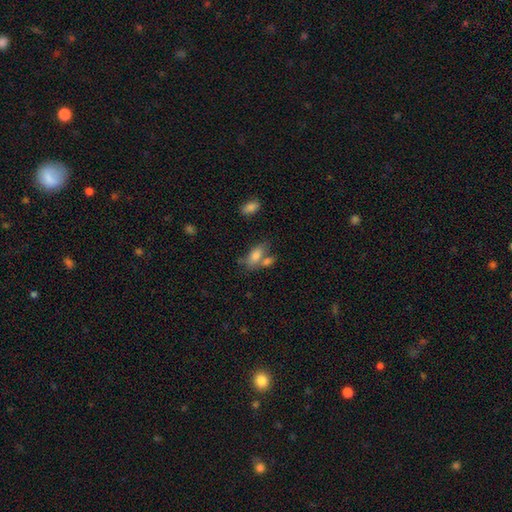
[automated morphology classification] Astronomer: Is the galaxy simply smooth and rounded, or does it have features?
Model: smooth — 77%.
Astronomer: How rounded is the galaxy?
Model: in between — 84%.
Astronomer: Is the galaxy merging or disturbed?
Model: none — 44% (runner-up: merger, 35%).